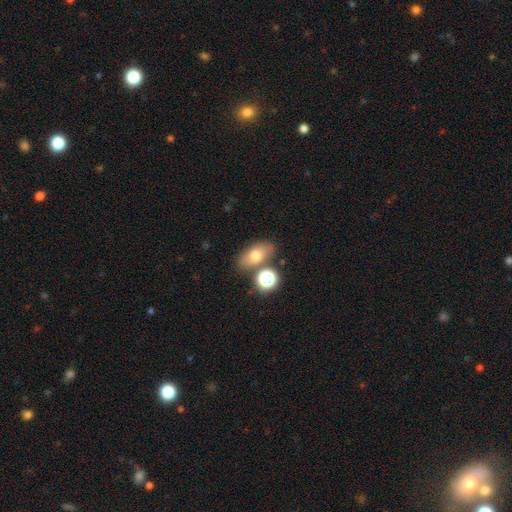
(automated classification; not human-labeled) A smooth galaxy with no disk features (70%) that is in between round and cigar-shaped (81%). Merging: none (71%).